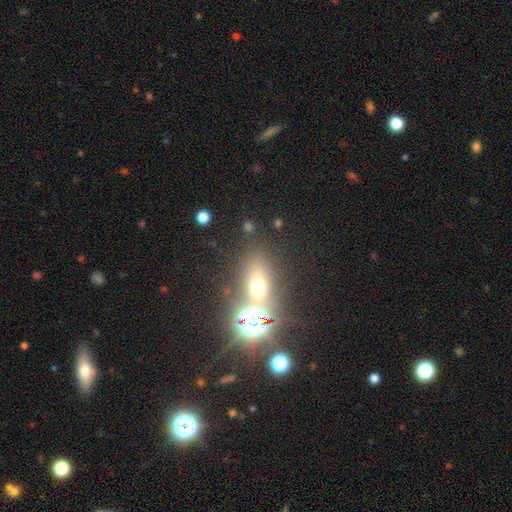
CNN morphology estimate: Smooth or featured? Predicted: star or artifact (p=0.45).